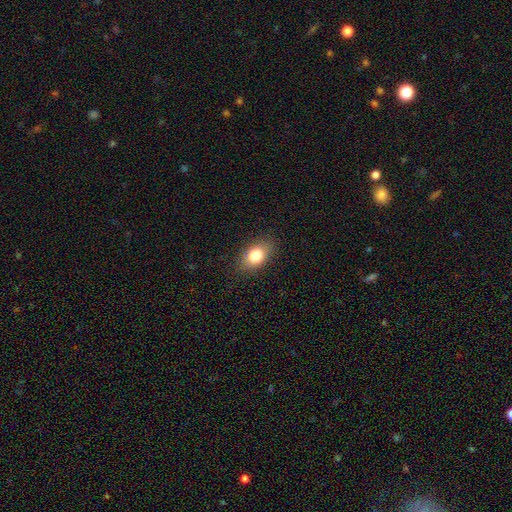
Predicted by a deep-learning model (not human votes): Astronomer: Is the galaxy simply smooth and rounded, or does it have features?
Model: smooth — 80%.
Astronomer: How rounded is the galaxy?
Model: in between — 82%.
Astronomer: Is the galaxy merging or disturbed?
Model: none — 85%.